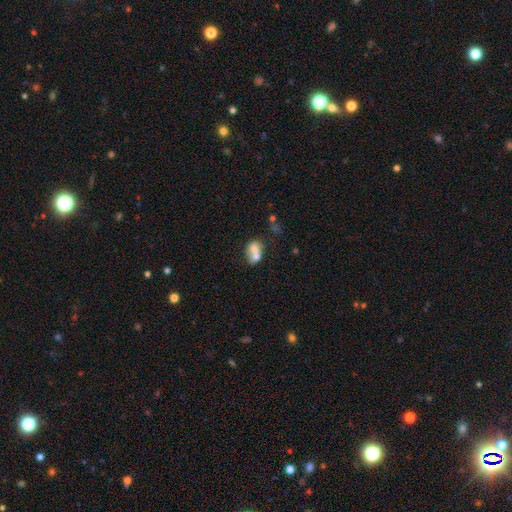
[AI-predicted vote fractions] smooth 66%, featured or disk 24%, star or artifact 10%. Down the decision tree: how rounded — in between (59%); merging — merger (64%).